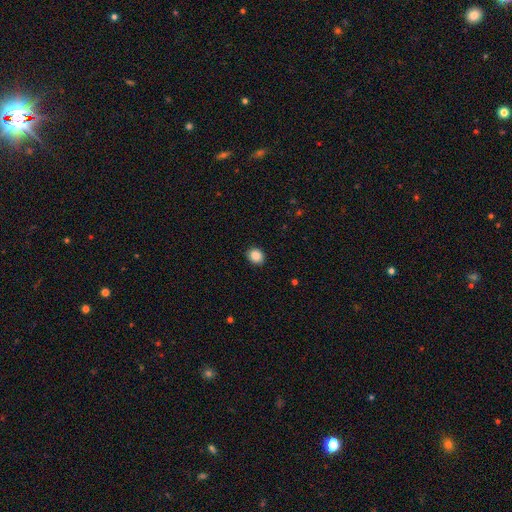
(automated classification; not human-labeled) Smooth or featured? smooth (88%)
How rounded? round (67%)
Merging? none (90%)